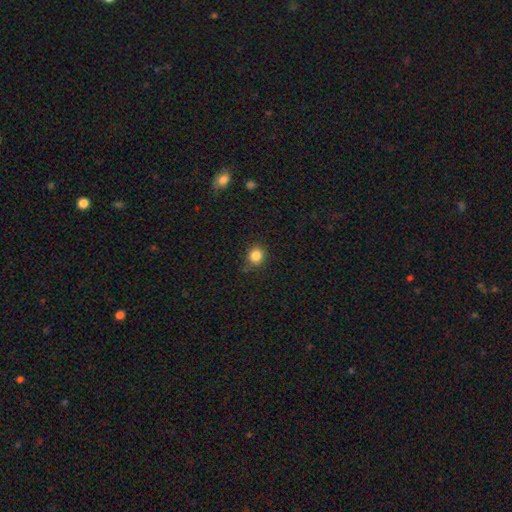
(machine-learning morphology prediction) Smooth or featured?
  - smooth: 85% *
  - star or artifact: 11%
  - featured or disk: 4%
How rounded?
  - round: 86% *
  - in between: 13%
  - cigar-shaped: 1%
Merging?
  - none: 82% *
  - minor disturbance: 13%
  - major disturbance: 3%
  - merger: 2%